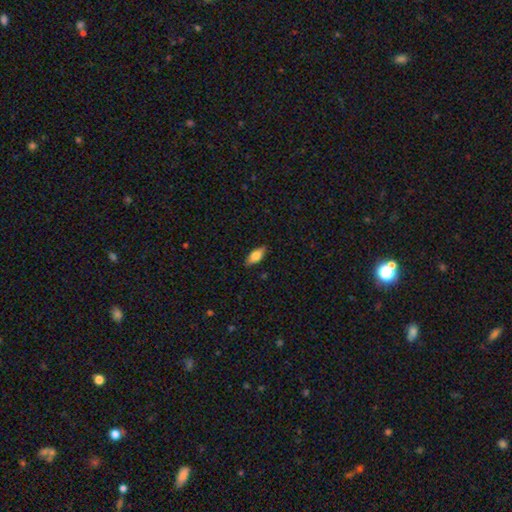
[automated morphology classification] type=smooth (71%); roundness=in between (78%); merging=none (87%).